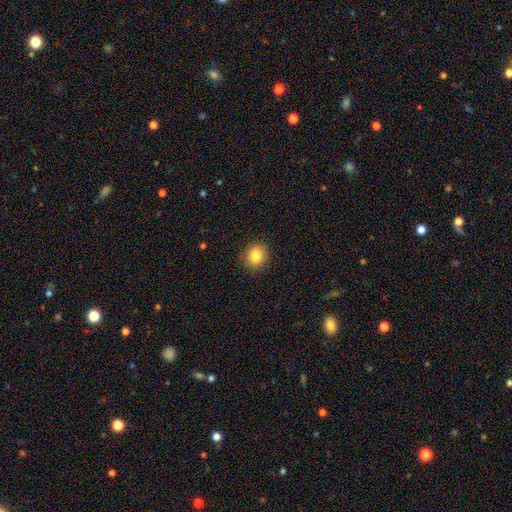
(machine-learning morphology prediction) Smooth or featured? smooth (84%)
How rounded? round (61%)
Merging? none (89%)